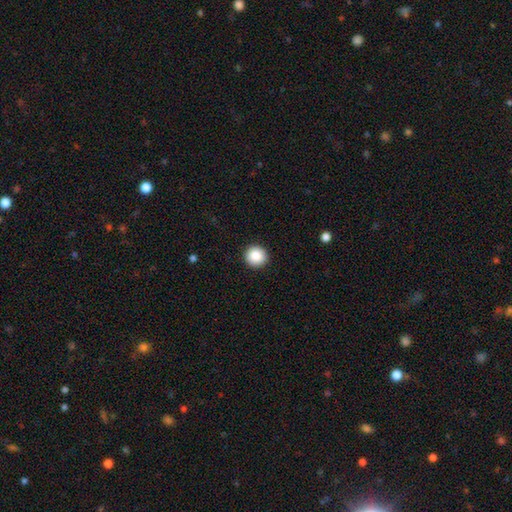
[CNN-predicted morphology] This is clearly a smooth galaxy (87%). How rounded: clearly round (95%). Merging: clearly none (93%).